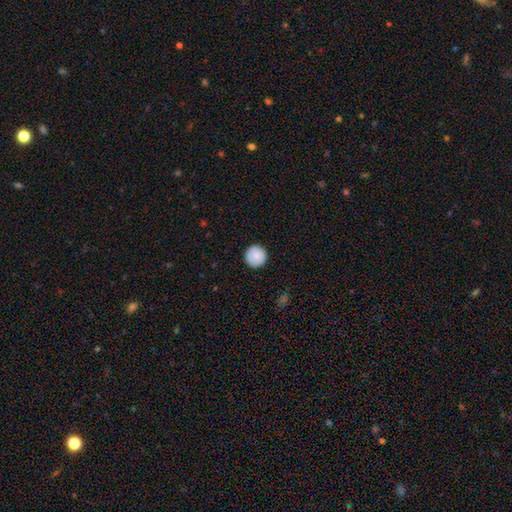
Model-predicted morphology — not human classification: Smooth or featured? Predicted: smooth (p=0.84). How rounded? Predicted: round (p=0.95). Merging? Predicted: none (p=0.90).